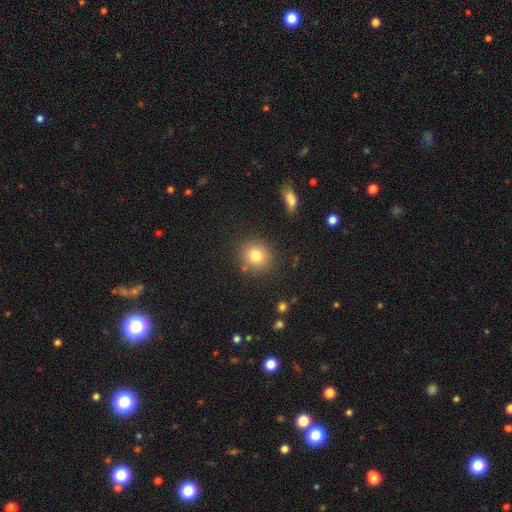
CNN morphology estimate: smooth-or-featured: smooth: 79% | star or artifact: 12% | featured or disk: 9%
  how-rounded: round: 84% | in between: 15% | cigar-shaped: 1%
  merging: none: 84% | minor disturbance: 9% | merger: 4% | major disturbance: 3%